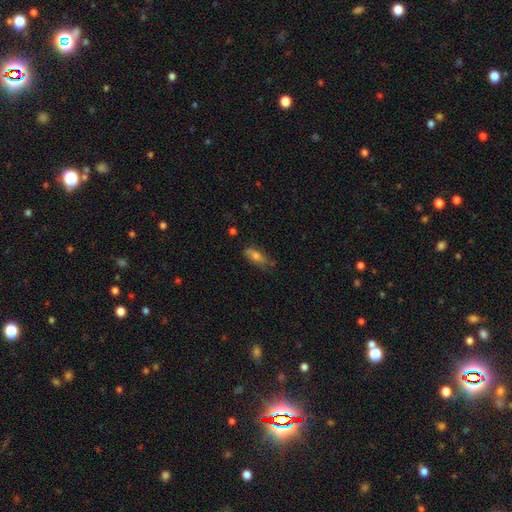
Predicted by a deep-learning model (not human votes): Morphology: type=smooth (67%); roundness=in between (74%); merging=none (67%).